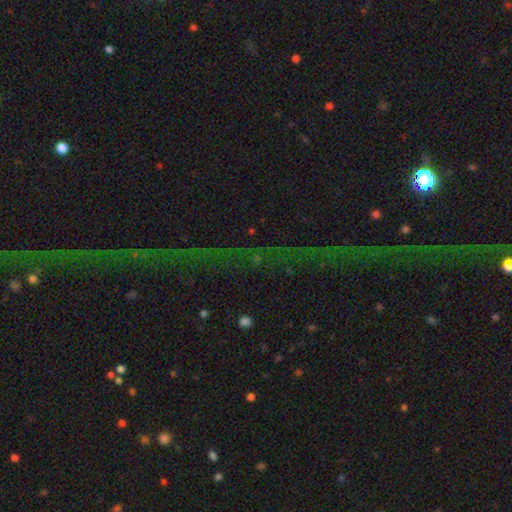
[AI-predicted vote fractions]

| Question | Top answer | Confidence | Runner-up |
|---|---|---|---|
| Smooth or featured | star or artifact | 76% | featured or disk (14%) |